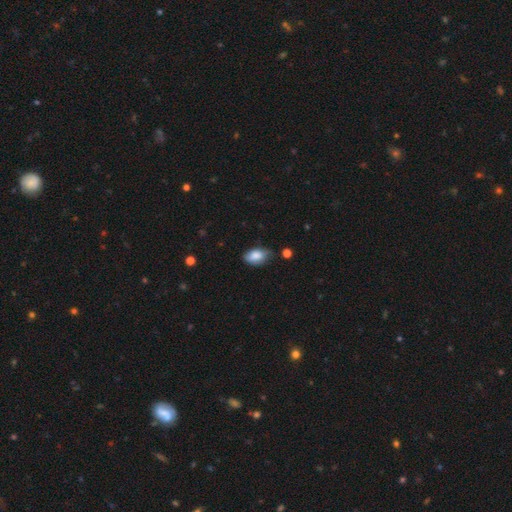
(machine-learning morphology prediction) smooth-or-featured: smooth: 83% | featured or disk: 10% | star or artifact: 7%
  how-rounded: in between: 92% | round: 5% | cigar-shaped: 2%
  merging: none: 60% | minor disturbance: 31% | major disturbance: 5% | merger: 3%